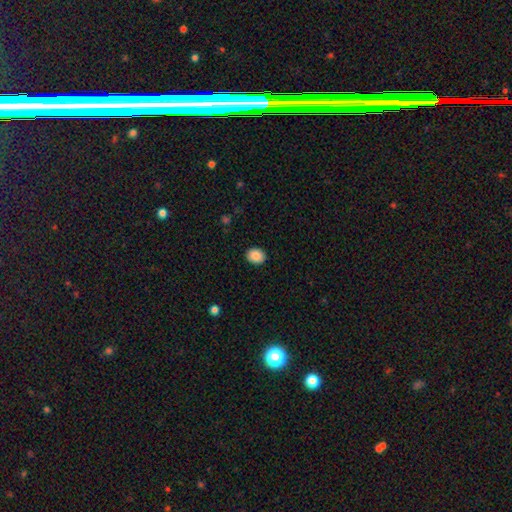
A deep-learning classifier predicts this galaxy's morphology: A smooth galaxy with no disk features (88%) that is round (53%).

Vote fractions:
- Smooth or featured? smooth: 88% / star or artifact: 8% / featured or disk: 4%
- How rounded? round: 53% / in between: 47% / cigar-shaped: 1%
- Merging? none: 90% / minor disturbance: 7% / major disturbance: 2% / merger: 1%